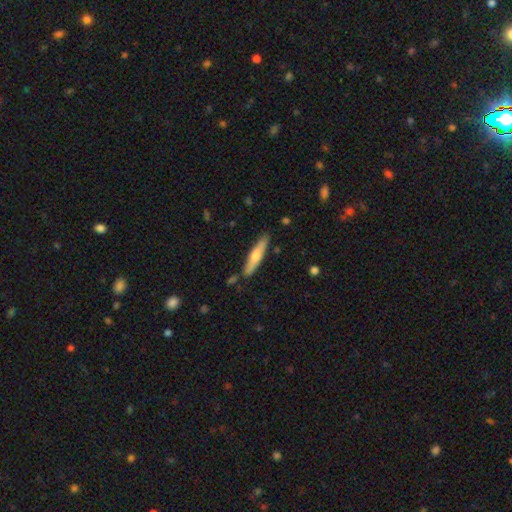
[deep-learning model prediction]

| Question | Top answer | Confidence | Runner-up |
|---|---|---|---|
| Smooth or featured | smooth | 51% | featured or disk (44%) |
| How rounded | cigar-shaped | 86% | in between (13%) |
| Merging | none | 85% | minor disturbance (11%) |